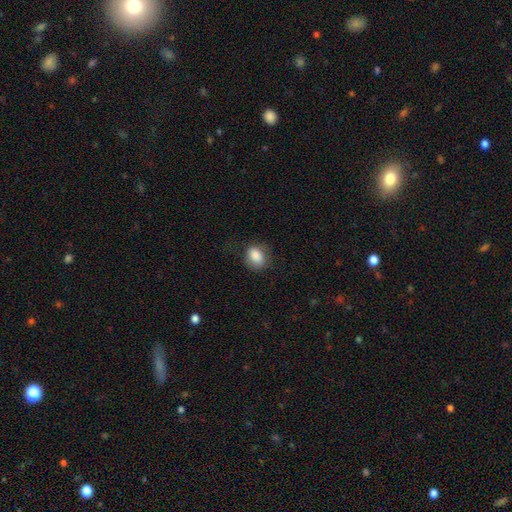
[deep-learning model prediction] Smooth or featured? smooth (86%)
How rounded? in between (54%)
Merging? none (70%)